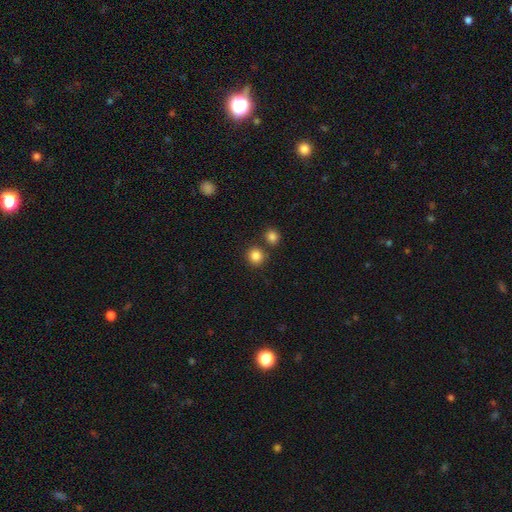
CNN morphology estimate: Smooth or featured?
  - smooth: 84% *
  - star or artifact: 11%
  - featured or disk: 5%
How rounded?
  - round: 90% *
  - in between: 9%
  - cigar-shaped: 1%
Merging?
  - none: 78% *
  - merger: 13%
  - minor disturbance: 7%
  - major disturbance: 3%